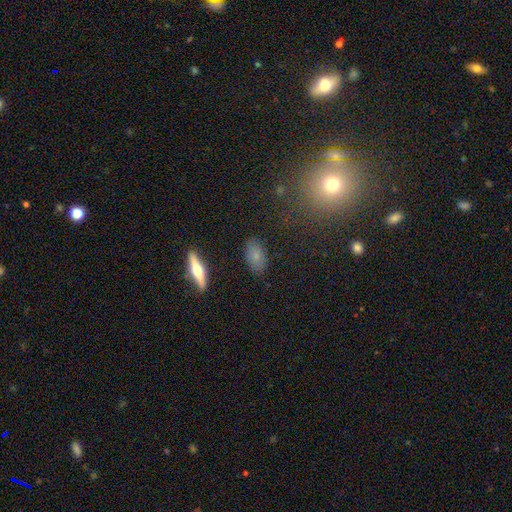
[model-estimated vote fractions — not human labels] A smooth galaxy with no disk features (76%) that is in between round and cigar-shaped (90%). Merging: none (84%).